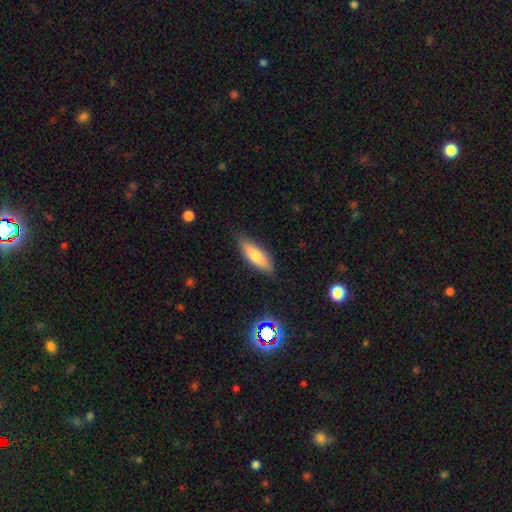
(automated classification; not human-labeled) This is likely a smooth galaxy (73%). How rounded: possibly in between (53%). Merging: clearly none (83%).